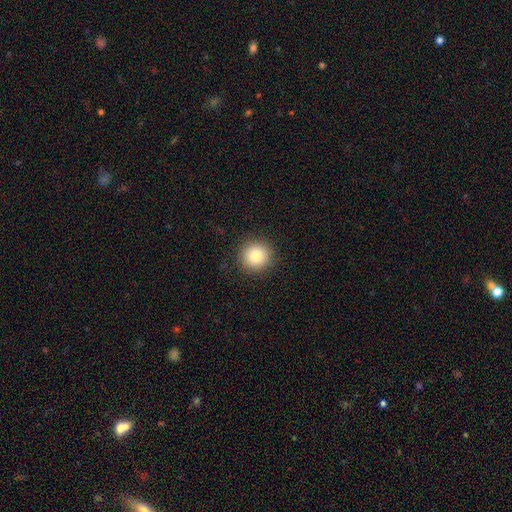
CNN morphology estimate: Smooth or featured?
  - smooth: 82% *
  - star or artifact: 10%
  - featured or disk: 8%
How rounded?
  - round: 93% *
  - in between: 6%
  - cigar-shaped: 1%
Merging?
  - none: 91% *
  - minor disturbance: 6%
  - major disturbance: 2%
  - merger: 1%